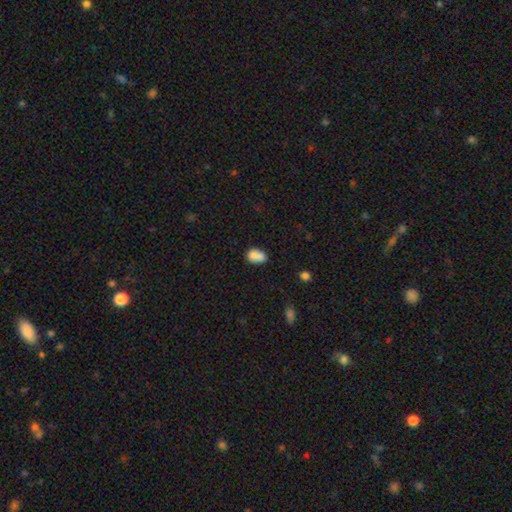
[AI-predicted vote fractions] This appears to be a smooth galaxy with no disk features (80%) that is in between round and cigar-shaped (78%). Merging: none (45%).